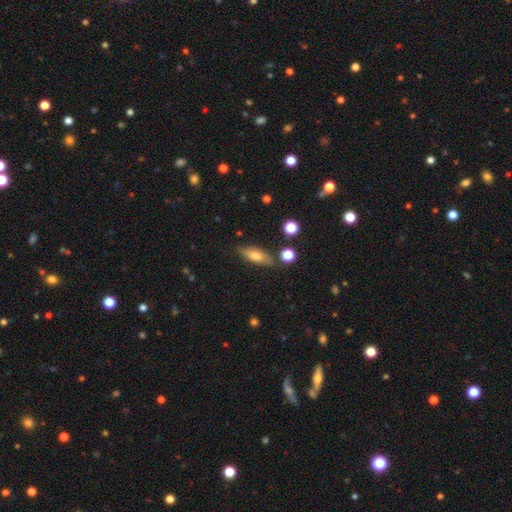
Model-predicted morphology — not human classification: smooth 66%, featured or disk 25%, star or artifact 9%. Down the decision tree: how rounded — in between (65%); merging — none (79%).